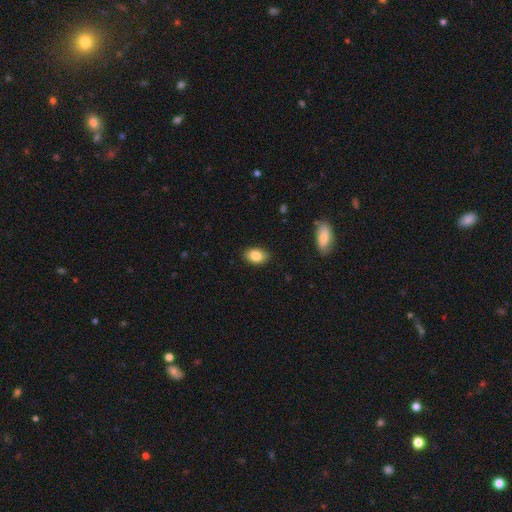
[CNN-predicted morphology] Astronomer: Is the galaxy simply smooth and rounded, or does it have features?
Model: smooth — 85%.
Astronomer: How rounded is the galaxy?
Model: in between — 87%.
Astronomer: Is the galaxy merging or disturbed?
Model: none — 86%.